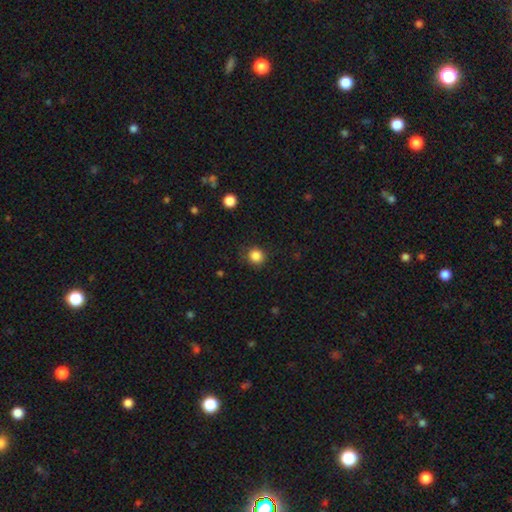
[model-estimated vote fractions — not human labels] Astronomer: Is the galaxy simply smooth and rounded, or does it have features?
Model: smooth — 85%.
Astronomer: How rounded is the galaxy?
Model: round — 91%.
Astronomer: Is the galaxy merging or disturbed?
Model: none — 82%.